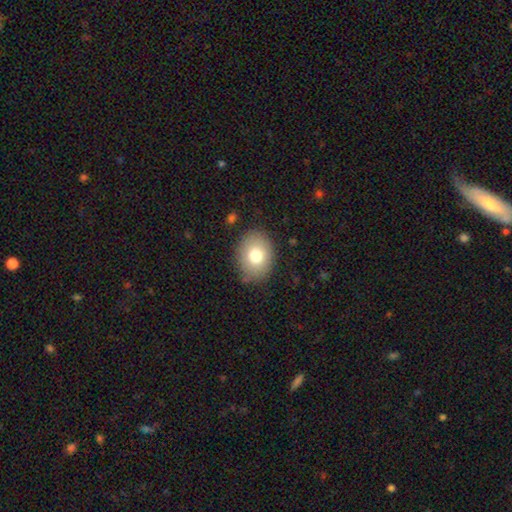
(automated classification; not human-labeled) Smooth or featured? Predicted: smooth (p=0.77). How rounded? Predicted: in between (p=0.60). Merging? Predicted: none (p=0.84).